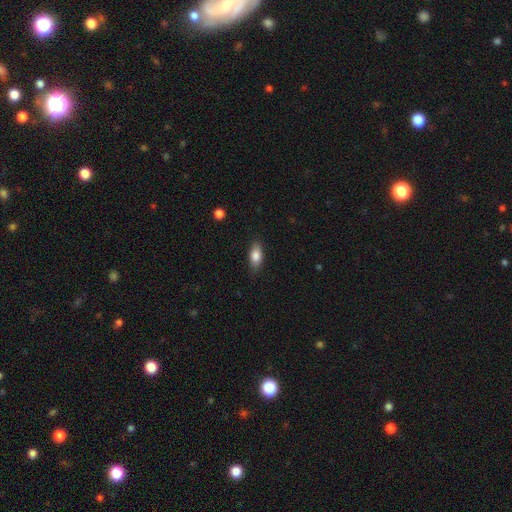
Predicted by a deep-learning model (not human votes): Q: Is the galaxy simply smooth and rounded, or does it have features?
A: smooth — 82%.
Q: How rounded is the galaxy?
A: in between — 84%.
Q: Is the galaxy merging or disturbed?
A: none — 85%.